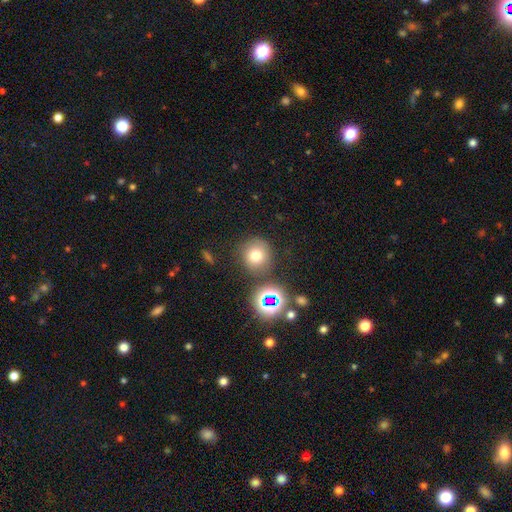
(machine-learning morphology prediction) A smooth galaxy with no disk features (70%) that is round (90%).

Vote fractions:
- Smooth or featured? smooth: 70% / star or artifact: 19% / featured or disk: 11%
- How rounded? round: 90% / in between: 9% / cigar-shaped: 1%
- Merging? none: 76% / minor disturbance: 11% / merger: 8% / major disturbance: 5%